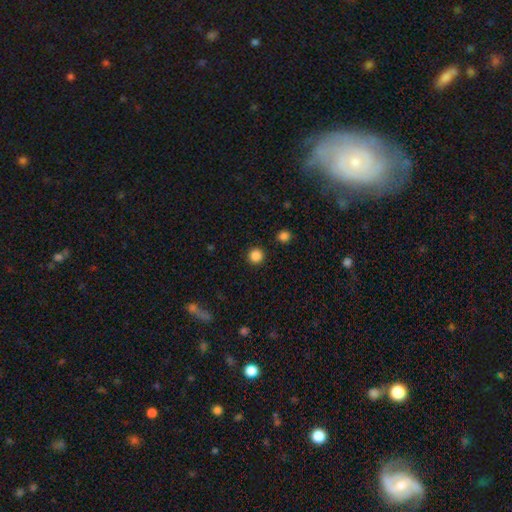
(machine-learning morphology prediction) This is clearly a smooth galaxy (86%). How rounded: clearly round (95%). Merging: clearly none (92%).